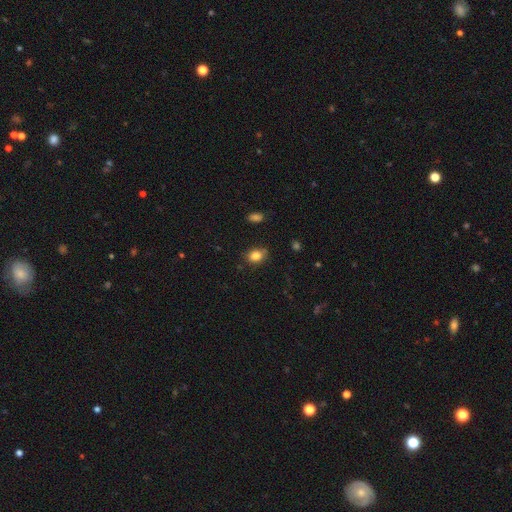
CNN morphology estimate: This is clearly a smooth galaxy (83%). How rounded: likely in between (61%). Merging: likely none (77%).